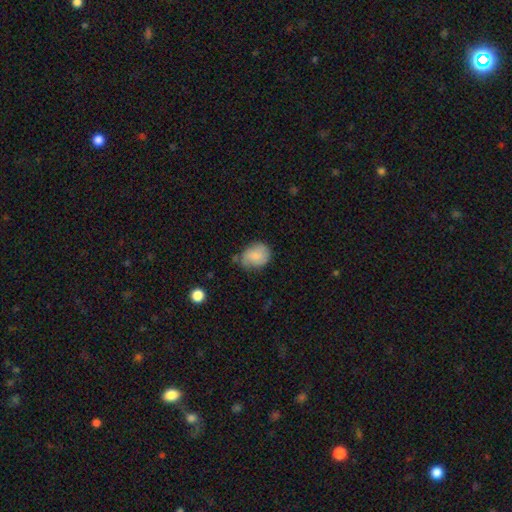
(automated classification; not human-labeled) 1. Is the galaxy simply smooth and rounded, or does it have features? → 78% smooth, 14% featured or disk, 7% star or artifact.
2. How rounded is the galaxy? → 56% in between, 43% round, 1% cigar-shaped.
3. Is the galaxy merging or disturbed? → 52% none, 36% minor disturbance, 9% major disturbance, 4% merger.